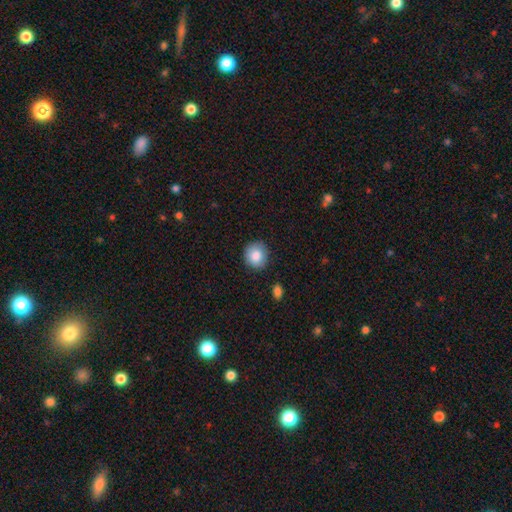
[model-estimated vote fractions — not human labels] A smooth galaxy with no disk features (85%) that is round (85%). Merging: none (83%).